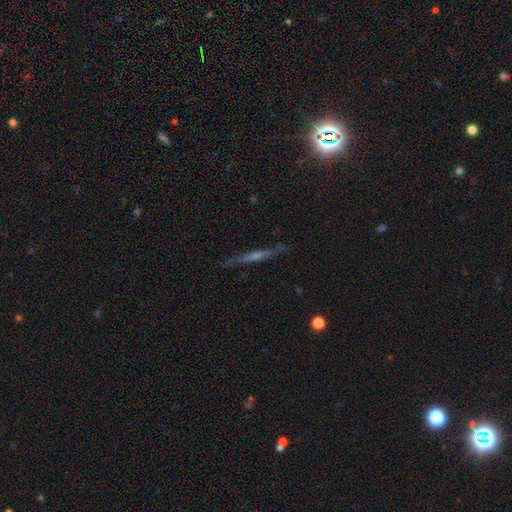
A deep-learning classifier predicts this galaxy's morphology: Smooth or featured: featured or disk — 67% (smooth — 23%)
Edge-on disk: yes — 95% (no — 5%)
Edge-on bulge: rounded — 49% (none — 39%)
Merging: none — 86% (minor disturbance — 10%)